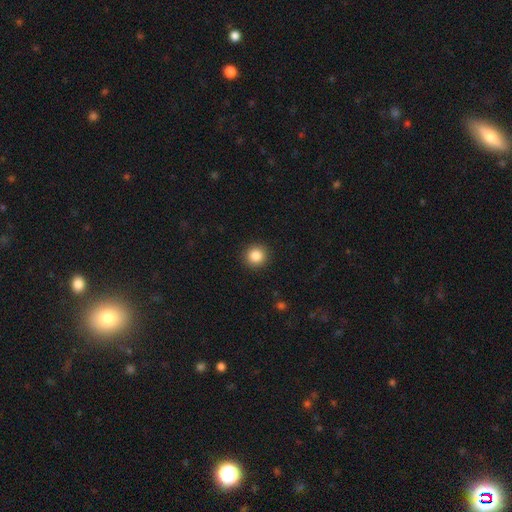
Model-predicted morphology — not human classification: Smooth or featured: smooth — 86% (star or artifact — 10%)
How rounded: round — 94% (in between — 5%)
Merging: none — 92% (minor disturbance — 5%)